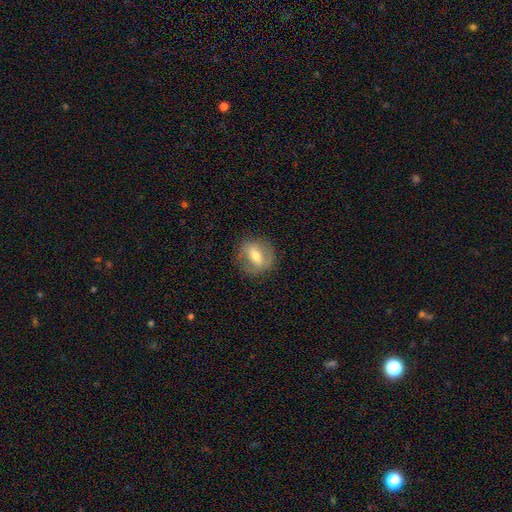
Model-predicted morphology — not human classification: Smooth or featured?
  - featured or disk: 47% *
  - smooth: 45%
  - star or artifact: 8%
Merging?
  - none: 81% *
  - minor disturbance: 13%
  - major disturbance: 5%
  - merger: 1%